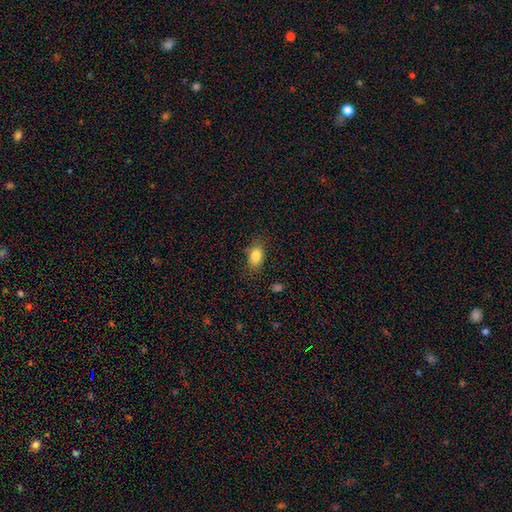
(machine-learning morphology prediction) This is clearly a smooth galaxy (84%). How rounded: clearly in between (86%). Merging: likely none (79%).